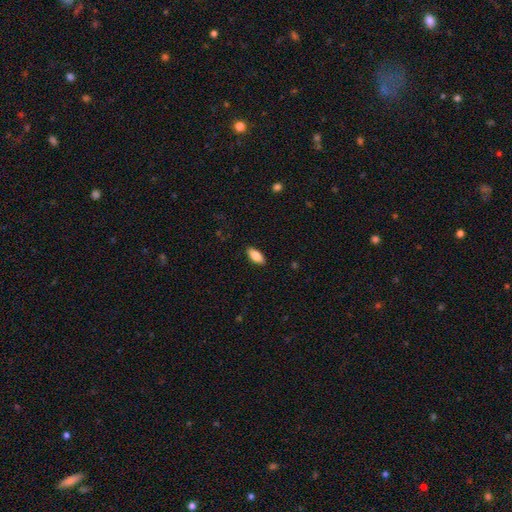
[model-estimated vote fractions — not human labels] Smooth or featured? Predicted: smooth (p=0.84). How rounded? Predicted: in between (p=0.89). Merging? Predicted: none (p=0.89).